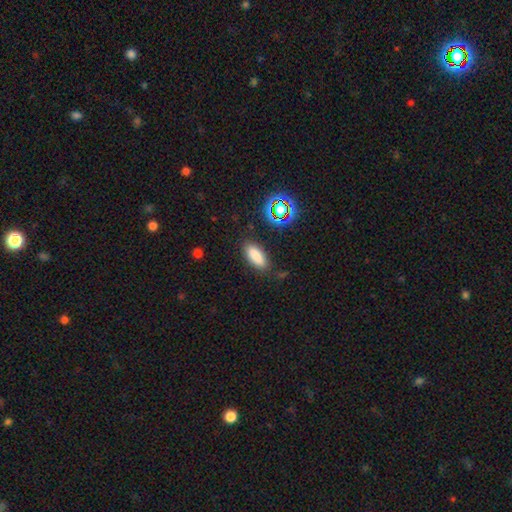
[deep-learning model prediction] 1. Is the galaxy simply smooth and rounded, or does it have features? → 81% smooth, 12% star or artifact, 7% featured or disk.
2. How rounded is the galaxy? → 78% in between, 19% cigar-shaped, 3% round.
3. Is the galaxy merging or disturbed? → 83% none, 11% minor disturbance, 3% major disturbance, 2% merger.